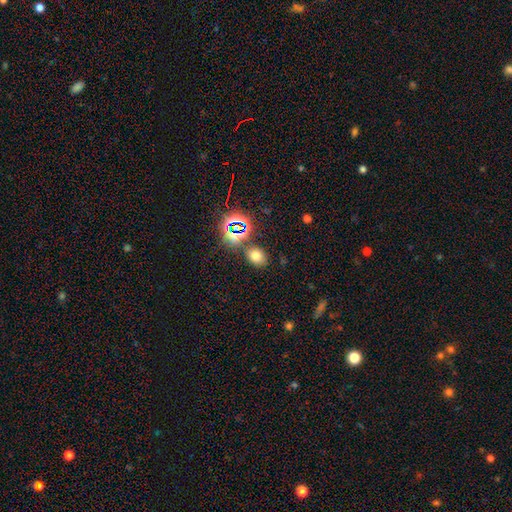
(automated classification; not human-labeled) This is likely a smooth galaxy (67%). How rounded: possibly in between (59%). Merging: likely none (79%).